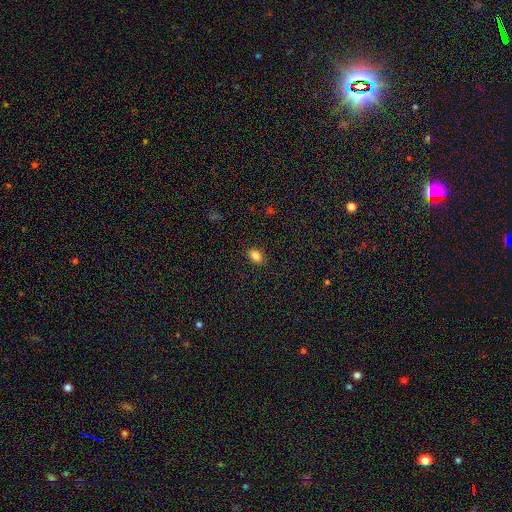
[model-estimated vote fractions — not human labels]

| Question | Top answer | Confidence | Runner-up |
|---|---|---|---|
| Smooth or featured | smooth | 85% | star or artifact (10%) |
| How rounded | in between | 80% | round (18%) |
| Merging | none | 88% | minor disturbance (9%) |